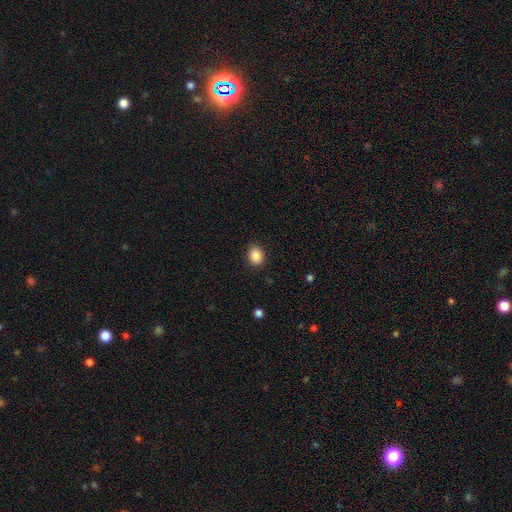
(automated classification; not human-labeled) This is clearly a smooth galaxy (88%). How rounded: possibly in between (52%). Merging: clearly none (85%).